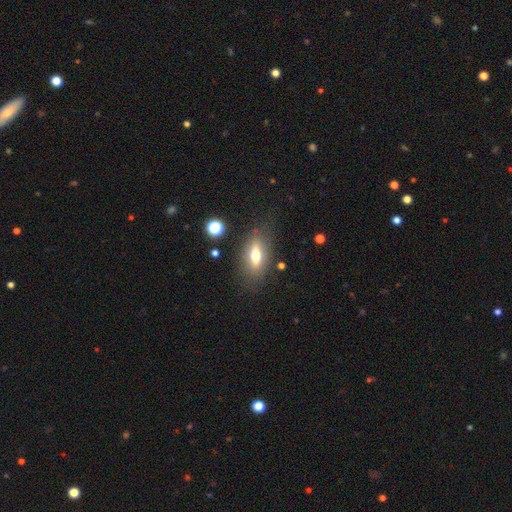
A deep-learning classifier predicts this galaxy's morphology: This is likely a smooth galaxy (61%). How rounded: likely in between (74%). Merging: likely none (78%).